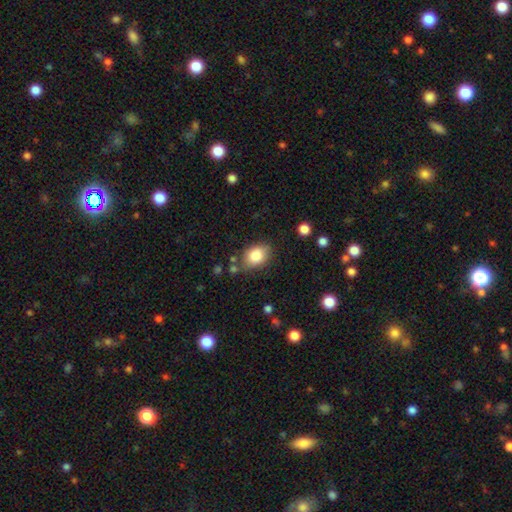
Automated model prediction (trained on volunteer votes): Q: Smooth or featured?
A: smooth (83%); runner-up: featured or disk (9%)
Q: How rounded?
A: in between (69%); runner-up: round (30%)
Q: Merging?
A: none (71%); runner-up: minor disturbance (19%)